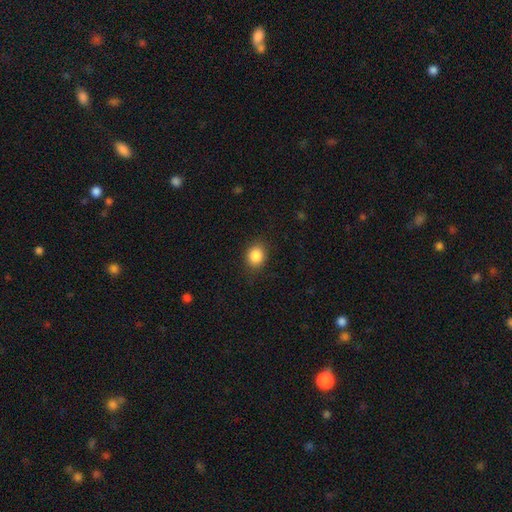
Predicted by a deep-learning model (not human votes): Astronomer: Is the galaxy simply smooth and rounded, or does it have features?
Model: smooth — 87%.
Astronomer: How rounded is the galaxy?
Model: round — 62% (runner-up: in between, 37%).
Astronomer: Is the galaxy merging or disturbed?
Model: none — 86%.